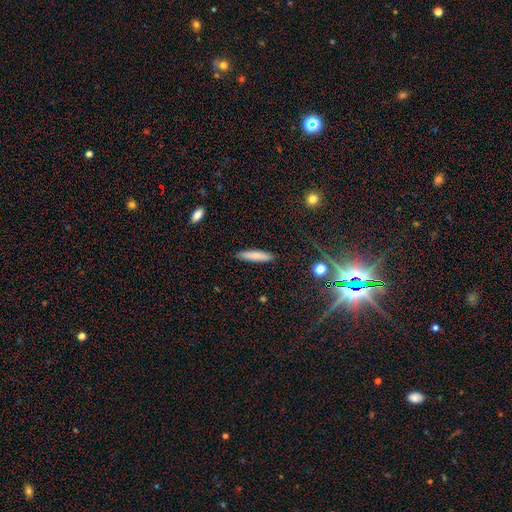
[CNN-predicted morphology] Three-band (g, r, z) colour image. It shows a smooth galaxy with no disk features (78%) that is cigar-shaped (82%). Merging: none (89%).